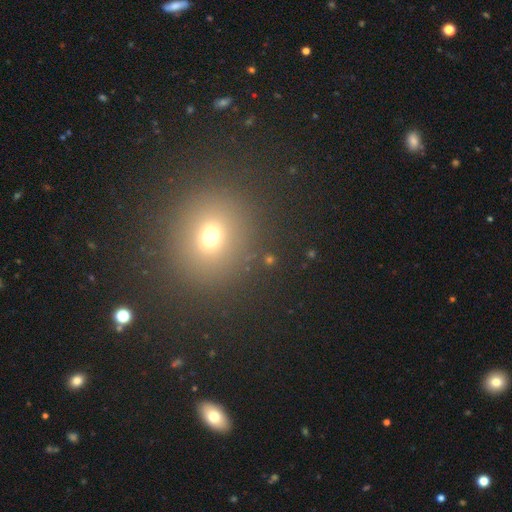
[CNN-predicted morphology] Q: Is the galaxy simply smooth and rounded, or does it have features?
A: smooth — 62%.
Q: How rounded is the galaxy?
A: round — 77%.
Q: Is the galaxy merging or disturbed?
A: none — 89%.